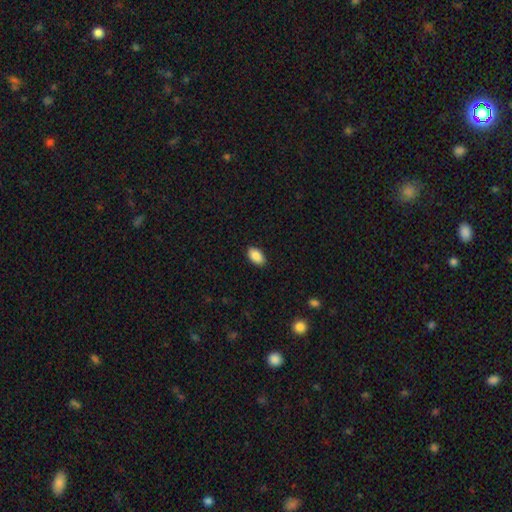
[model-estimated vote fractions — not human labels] Smooth or featured? Predicted: smooth (p=0.88). How rounded? Predicted: in between (p=0.94). Merging? Predicted: none (p=0.89).